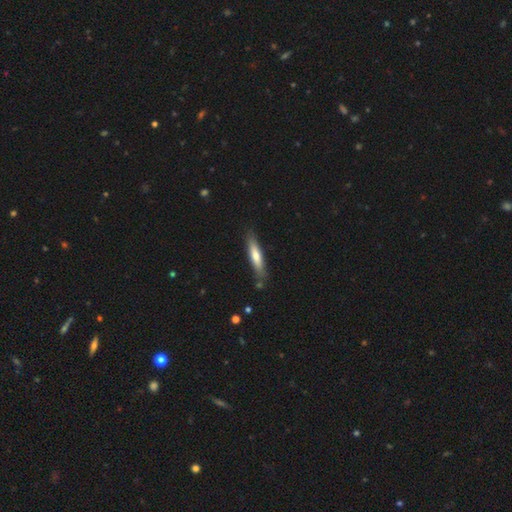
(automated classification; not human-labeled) smooth_or_featured: smooth (p=0.64) [alt: featured or disk p=0.31]
how_rounded: cigar-shaped (p=0.83) [alt: in between p=0.16]
merging: none (p=0.83) [alt: minor disturbance p=0.12]